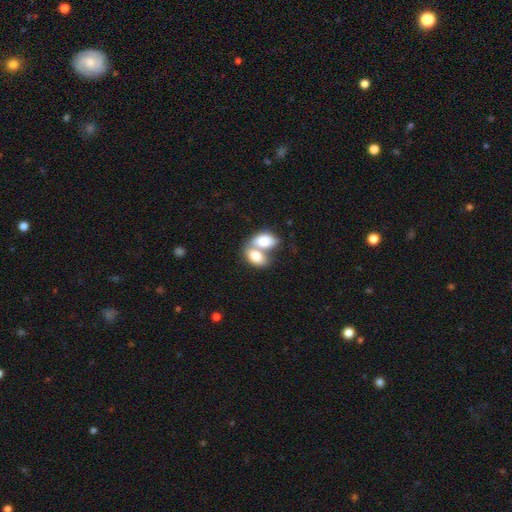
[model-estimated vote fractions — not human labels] smooth 78%, featured or disk 16%, star or artifact 6%. Down the decision tree: how rounded — in between (89%); merging — merger (75%).